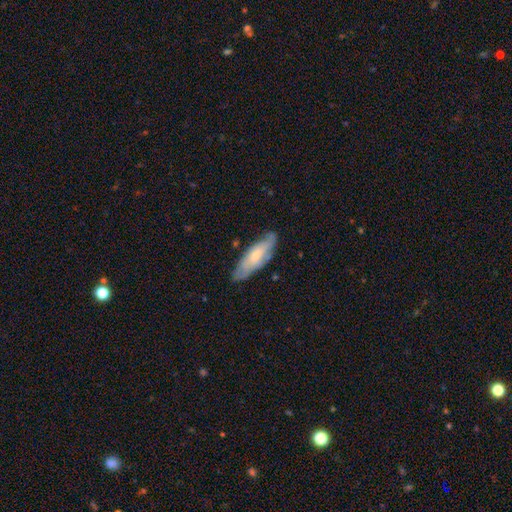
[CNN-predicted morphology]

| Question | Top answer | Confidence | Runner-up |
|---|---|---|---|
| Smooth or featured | smooth | 54% | featured or disk (40%) |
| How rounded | in between | 54% | cigar-shaped (44%) |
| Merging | none | 72% | minor disturbance (22%) |